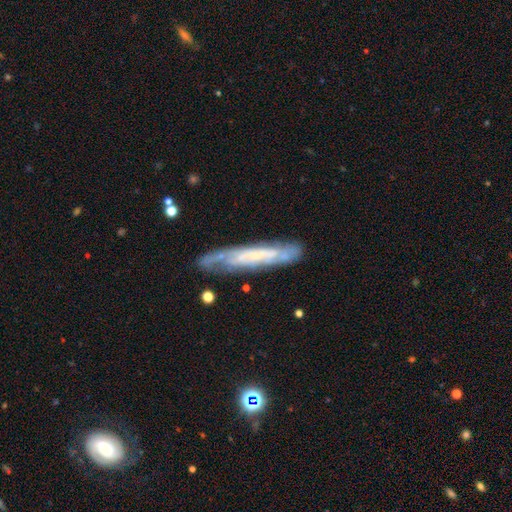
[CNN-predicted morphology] The model was most divided on "edge-on disk": yes: 57%, no: 43%. More confident: merging — none (71%); smooth or featured — featured or disk (65%).